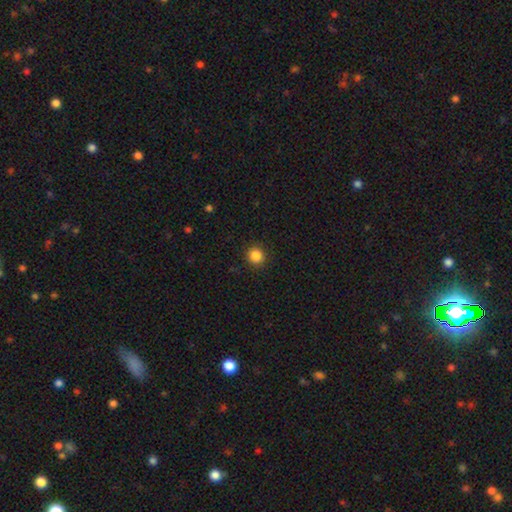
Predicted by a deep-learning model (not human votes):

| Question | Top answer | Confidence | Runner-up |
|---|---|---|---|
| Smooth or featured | smooth | 86% | star or artifact (11%) |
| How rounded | round | 92% | in between (7%) |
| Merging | none | 90% | minor disturbance (7%) |